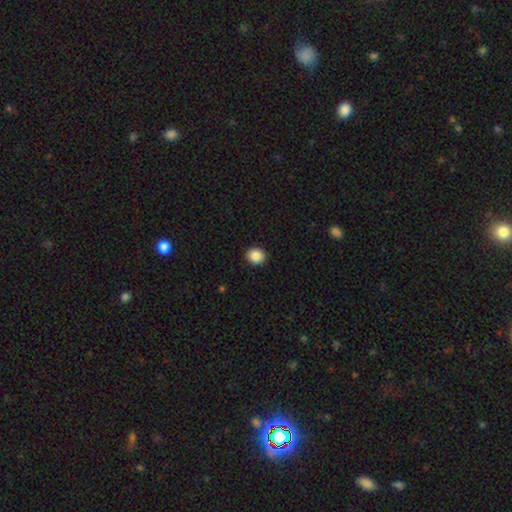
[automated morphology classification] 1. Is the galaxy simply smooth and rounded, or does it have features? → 87% smooth, 9% star or artifact, 4% featured or disk.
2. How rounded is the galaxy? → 74% round, 25% in between, 1% cigar-shaped.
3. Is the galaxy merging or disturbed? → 92% none, 5% minor disturbance, 2% major disturbance, 1% merger.